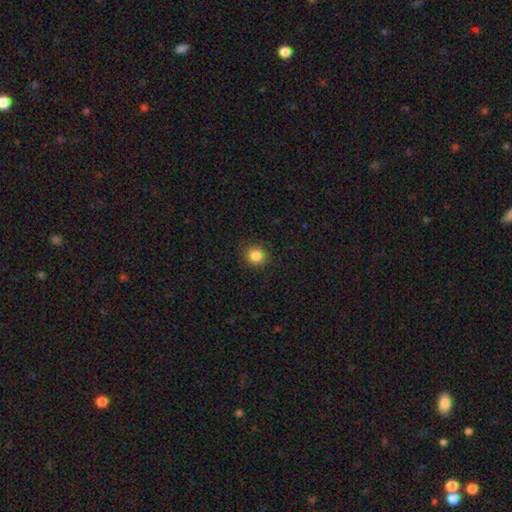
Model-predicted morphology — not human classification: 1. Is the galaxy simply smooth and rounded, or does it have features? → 85% smooth, 11% star or artifact, 4% featured or disk.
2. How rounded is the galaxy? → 84% round, 15% in between, 1% cigar-shaped.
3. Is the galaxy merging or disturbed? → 89% none, 8% minor disturbance, 2% major disturbance, 1% merger.